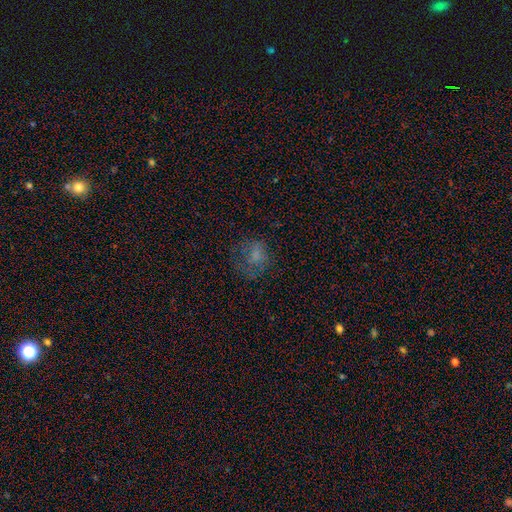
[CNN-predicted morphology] smooth_or_featured: smooth (p=0.61) [alt: featured or disk p=0.20]
how_rounded: round (p=0.65) [alt: in between p=0.33]
merging: none (p=0.54) [alt: major disturbance p=0.23]